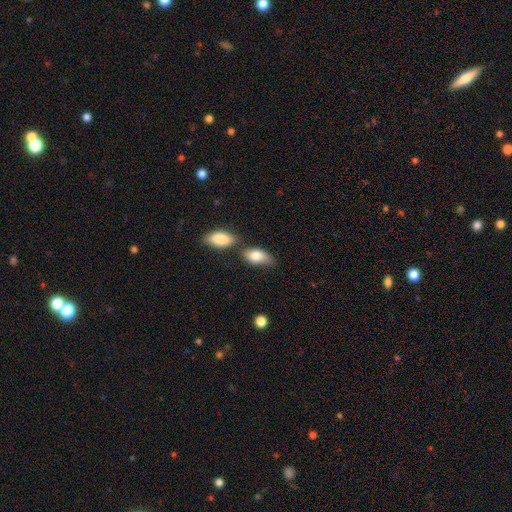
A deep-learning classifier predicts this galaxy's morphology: smooth-or-featured: smooth: 83% | featured or disk: 11% | star or artifact: 6%
  how-rounded: in between: 91% | cigar-shaped: 5% | round: 4%
  merging: none: 46% | merger: 28% | minor disturbance: 19% | major disturbance: 6%